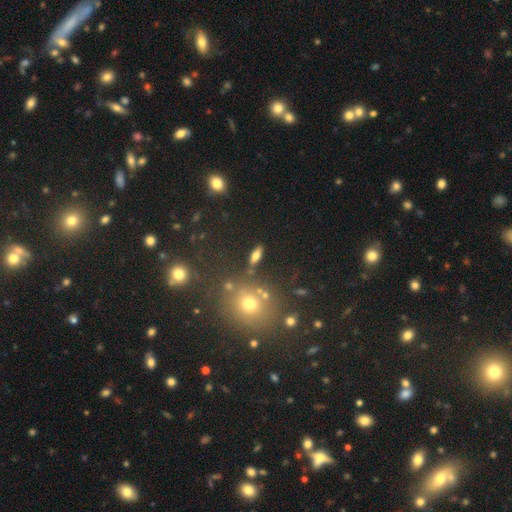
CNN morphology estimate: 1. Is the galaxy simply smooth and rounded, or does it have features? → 59% smooth, 28% featured or disk, 13% star or artifact.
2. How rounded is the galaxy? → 59% in between, 34% cigar-shaped, 7% round.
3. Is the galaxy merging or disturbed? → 81% none, 10% minor disturbance, 5% merger, 4% major disturbance.